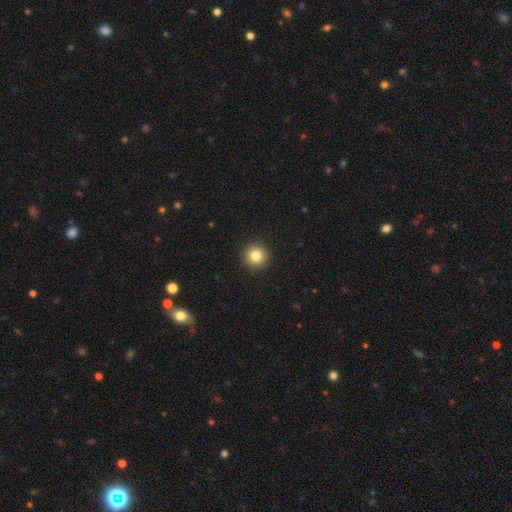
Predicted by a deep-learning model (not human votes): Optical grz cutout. It shows a smooth galaxy with no disk features (83%) that is round (95%). Merging: none (93%).